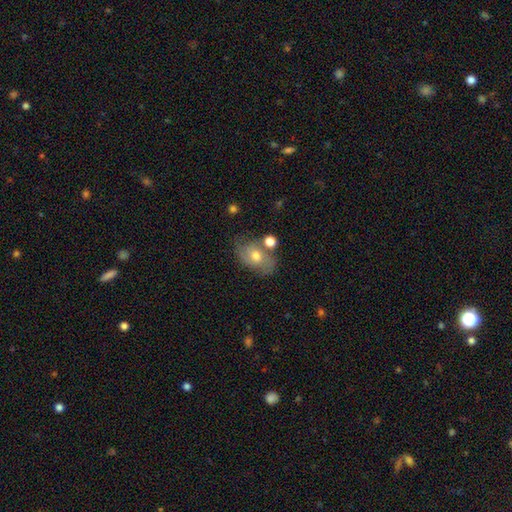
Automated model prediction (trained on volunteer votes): The model was most divided on "smooth or featured": smooth: 51%, featured or disk: 40%, star or artifact: 9%. More confident: how rounded — in between (75%); merging — none (57%).